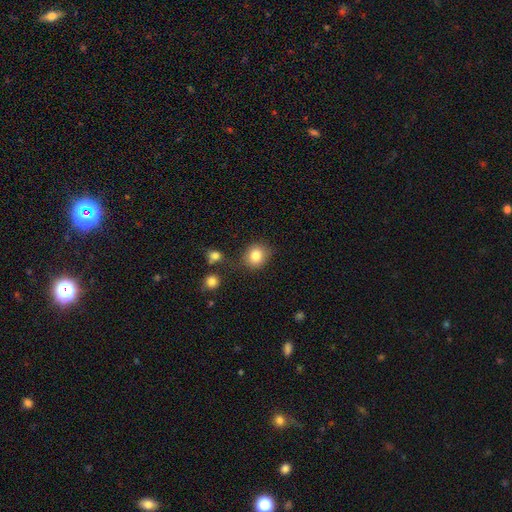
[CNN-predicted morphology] Q: Smooth or featured?
A: smooth (83%); runner-up: star or artifact (10%)
Q: How rounded?
A: round (75%); runner-up: in between (24%)
Q: Merging?
A: none (78%); runner-up: minor disturbance (13%)